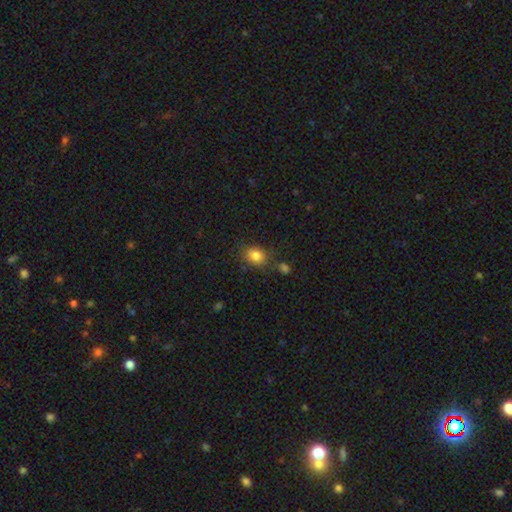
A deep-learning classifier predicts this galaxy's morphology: type=smooth (83%); roundness=round (55%); merging=none (73%).